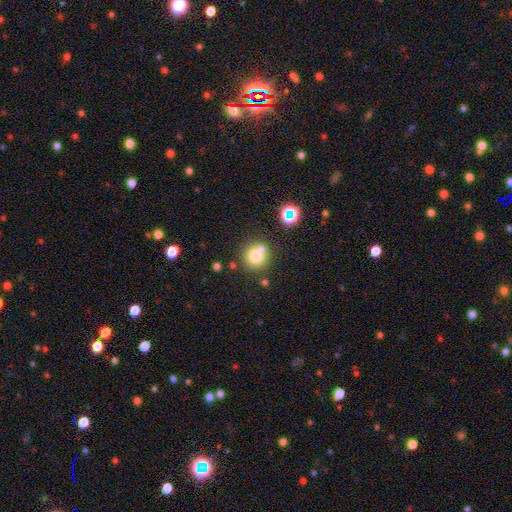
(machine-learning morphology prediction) smooth-or-featured: smooth: 72% | star or artifact: 15% | featured or disk: 13%
  how-rounded: round: 93% | in between: 6% | cigar-shaped: 1%
  merging: none: 67% | merger: 20% | minor disturbance: 10% | major disturbance: 3%